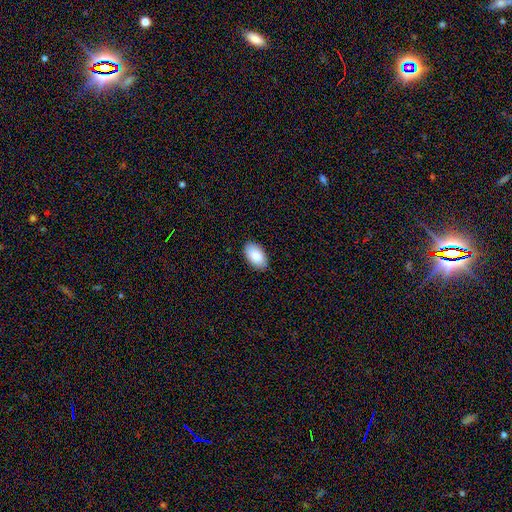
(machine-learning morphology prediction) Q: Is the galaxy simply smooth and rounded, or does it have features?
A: smooth — 89%.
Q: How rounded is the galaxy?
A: in between — 96%.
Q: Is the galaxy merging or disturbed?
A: none — 87%.